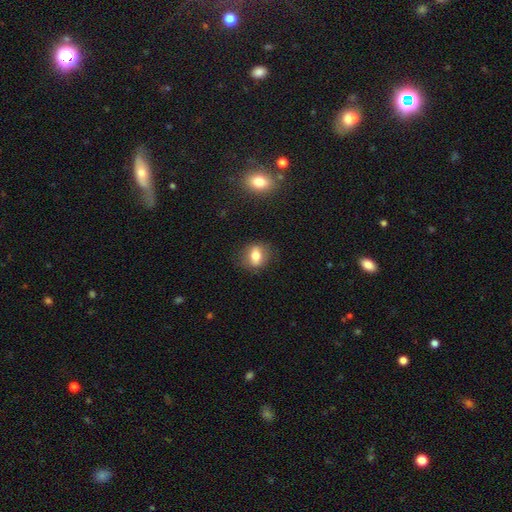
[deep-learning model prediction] The model was most divided on "how rounded": in between: 57%, round: 39%, cigar-shaped: 4%. More confident: merging — none (80%); smooth or featured — smooth (68%).